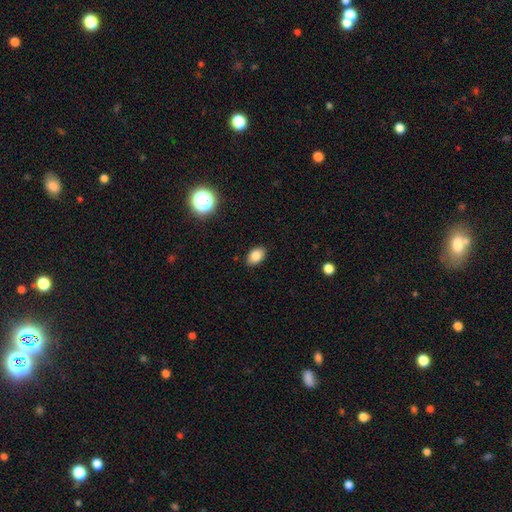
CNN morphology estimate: smooth_or_featured: smooth (p=0.83) [alt: star or artifact p=0.10]
how_rounded: in between (p=0.88) [alt: round p=0.11]
merging: none (p=0.88) [alt: minor disturbance p=0.09]